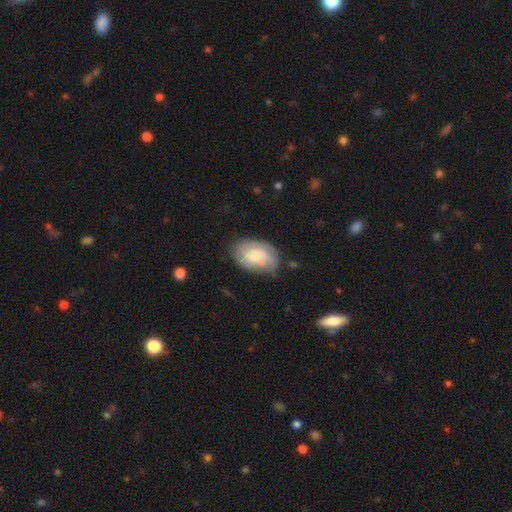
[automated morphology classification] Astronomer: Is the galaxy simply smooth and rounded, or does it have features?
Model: featured or disk — 55% (runner-up: smooth, 39%).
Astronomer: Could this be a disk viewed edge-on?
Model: no — 96%.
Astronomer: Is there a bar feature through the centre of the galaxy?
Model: no — 60%.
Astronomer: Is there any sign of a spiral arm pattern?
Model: yes — 82%.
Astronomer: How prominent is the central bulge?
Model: moderate — 54% (runner-up: small, 38%).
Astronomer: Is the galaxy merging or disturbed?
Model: none — 66%.